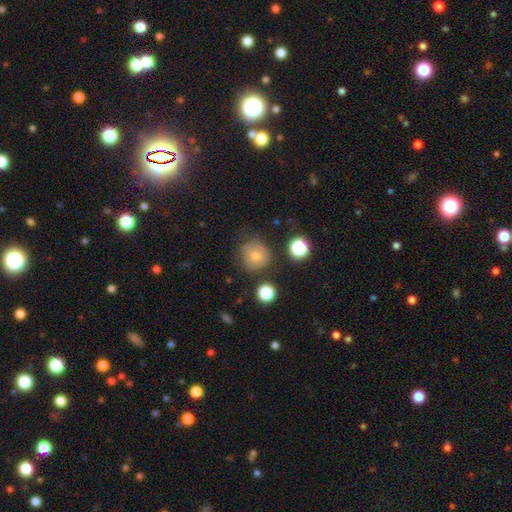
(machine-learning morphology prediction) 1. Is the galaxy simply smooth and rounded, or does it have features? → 62% smooth, 25% featured or disk, 13% star or artifact.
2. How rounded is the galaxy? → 85% round, 14% in between, 1% cigar-shaped.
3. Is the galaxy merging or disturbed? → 61% none, 24% minor disturbance, 11% major disturbance, 4% merger.